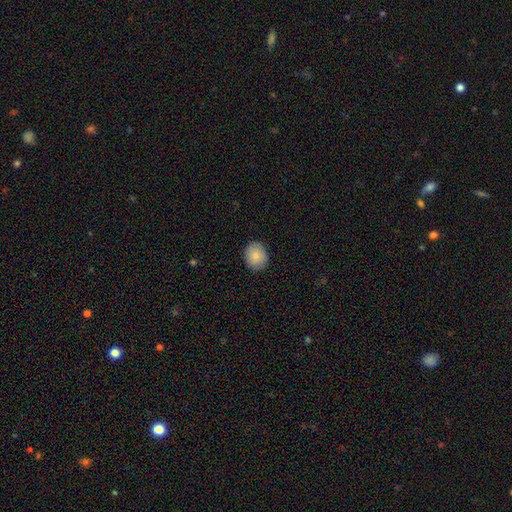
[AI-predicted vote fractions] Smooth or featured? Predicted: smooth (p=0.87). How rounded? Predicted: round (p=0.64). Merging? Predicted: none (p=0.88).